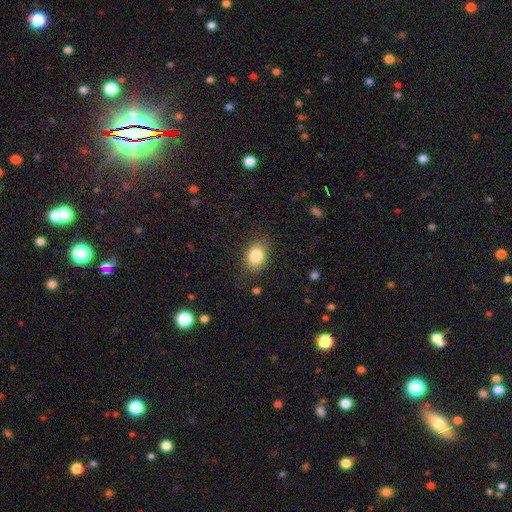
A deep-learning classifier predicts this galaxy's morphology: smooth_or_featured: smooth (p=0.83) [alt: star or artifact p=0.09]
how_rounded: in between (p=0.69) [alt: round p=0.30]
merging: none (p=0.81) [alt: minor disturbance p=0.14]